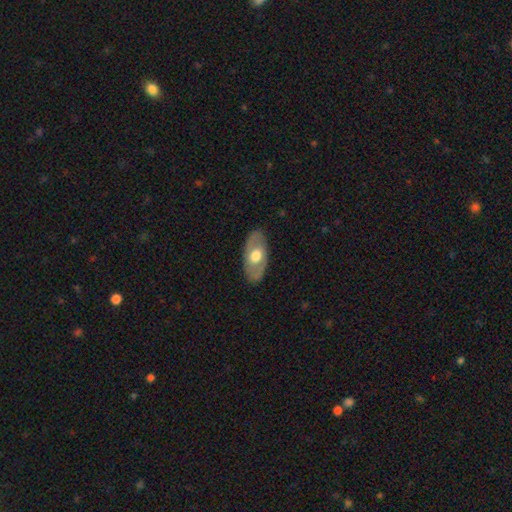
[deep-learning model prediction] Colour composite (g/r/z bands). It shows a smooth galaxy with no disk features (51%) that is in between round and cigar-shaped (91%). Merging: none (84%).